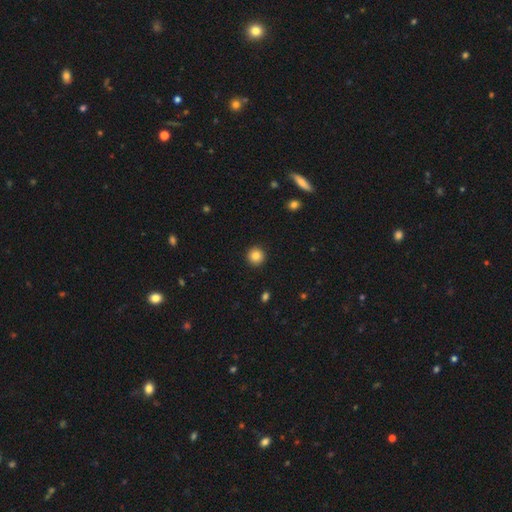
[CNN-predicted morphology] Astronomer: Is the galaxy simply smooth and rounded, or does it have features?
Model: smooth — 85%.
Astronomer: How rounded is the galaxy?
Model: round — 95%.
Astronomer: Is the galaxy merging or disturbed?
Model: none — 93%.